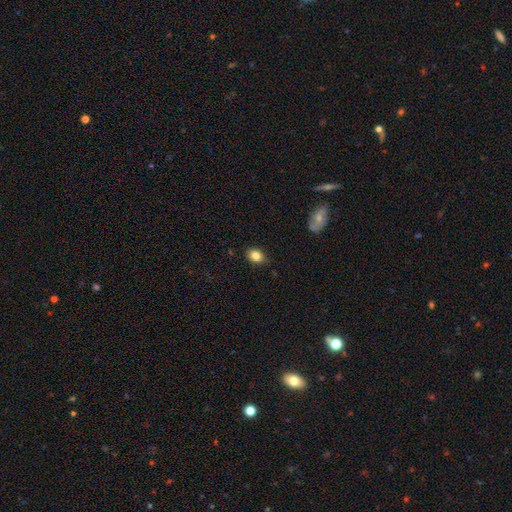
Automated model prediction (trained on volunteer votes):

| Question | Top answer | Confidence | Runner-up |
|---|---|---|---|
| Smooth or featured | smooth | 83% | star or artifact (9%) |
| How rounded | in between | 73% | round (26%) |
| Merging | none | 83% | minor disturbance (13%) |